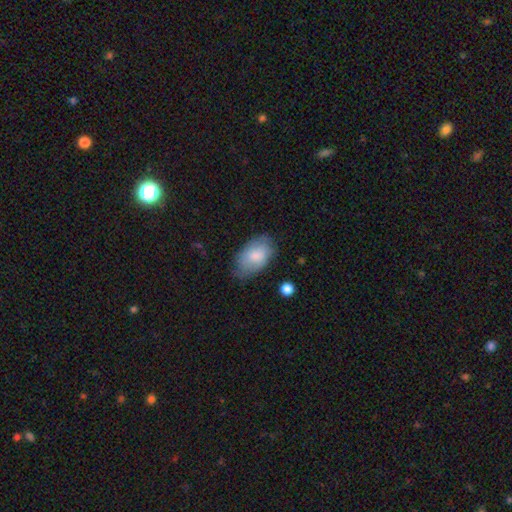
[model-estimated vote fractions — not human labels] A smooth galaxy with no disk features (71%) that is in between round and cigar-shaped (93%). Merging: none (63%).